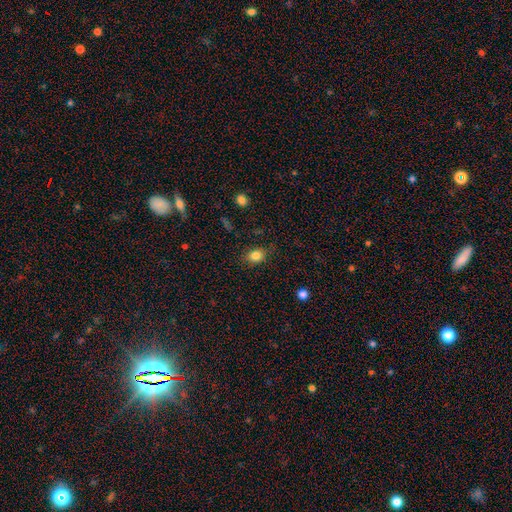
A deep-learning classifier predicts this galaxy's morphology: smooth 83%, star or artifact 11%, featured or disk 7%. Down the decision tree: how rounded — in between (58%); merging — none (79%).